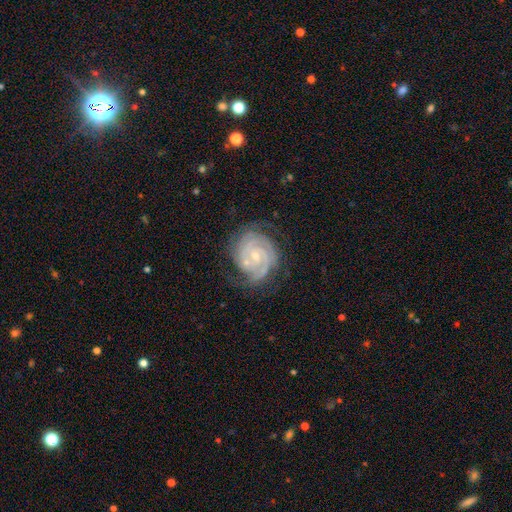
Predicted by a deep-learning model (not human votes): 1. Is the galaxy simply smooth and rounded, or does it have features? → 89% featured or disk, 6% smooth, 5% star or artifact.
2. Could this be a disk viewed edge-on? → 98% no, 2% yes.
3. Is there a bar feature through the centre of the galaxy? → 65% no, 27% weak, 8% strong.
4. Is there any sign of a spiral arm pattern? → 98% yes, 2% no.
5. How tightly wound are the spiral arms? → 79% tight, 19% medium, 3% loose.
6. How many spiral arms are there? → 31% 2 (tied), 31% 3 (tied), 16% can't tell, 12% 4, 5% more than 4, 5% 1.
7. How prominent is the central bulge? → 70% small, 27% moderate, 2% none, 1% large, 1% dominant.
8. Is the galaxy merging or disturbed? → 70% none, 19% minor disturbance, 8% major disturbance, 4% merger.